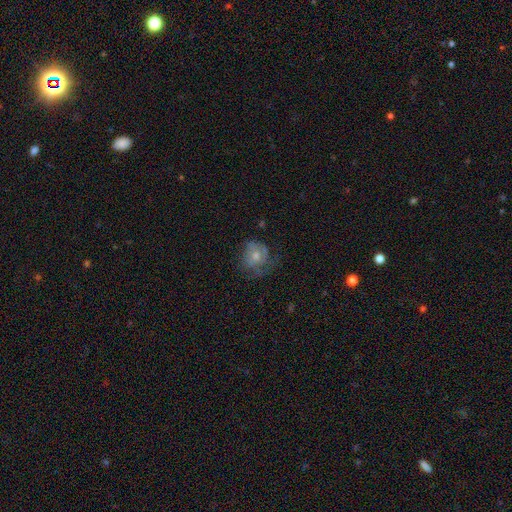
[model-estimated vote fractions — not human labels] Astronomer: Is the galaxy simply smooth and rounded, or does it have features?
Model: featured or disk — 55% (runner-up: smooth, 33%).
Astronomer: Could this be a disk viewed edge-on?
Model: no — 97%.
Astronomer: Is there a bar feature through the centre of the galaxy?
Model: no — 79%.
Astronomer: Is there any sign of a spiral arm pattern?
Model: yes — 73%.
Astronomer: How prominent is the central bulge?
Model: moderate — 53% (runner-up: small, 39%).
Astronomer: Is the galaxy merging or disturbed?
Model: none — 58%.